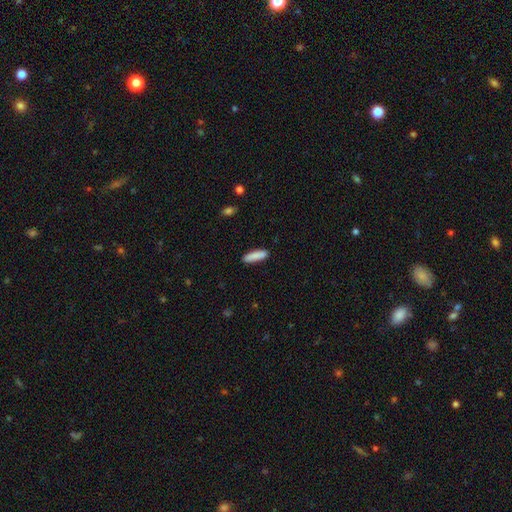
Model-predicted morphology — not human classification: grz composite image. It shows a smooth galaxy with no disk features (88%) that is cigar-shaped (70%). Merging: none (88%).